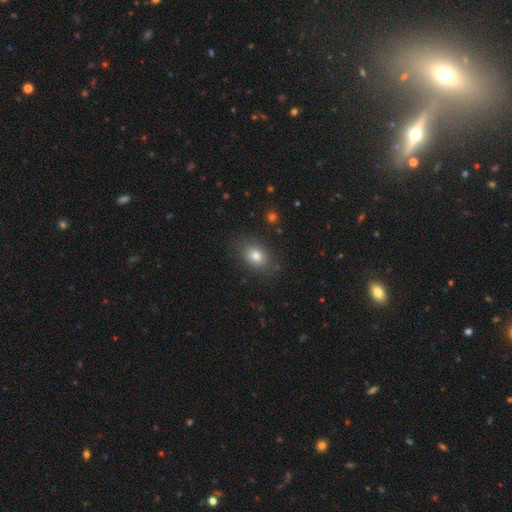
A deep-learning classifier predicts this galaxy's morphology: Overall: smooth (80%). How rounded: in between (72%). Merging: none (82%).